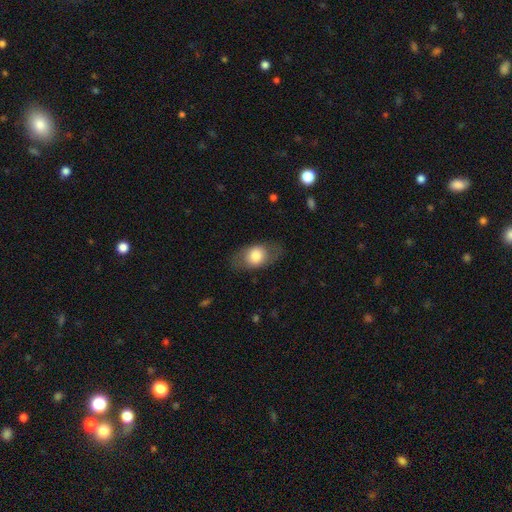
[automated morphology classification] Q: Smooth or featured?
A: smooth (70%); runner-up: featured or disk (24%)
Q: How rounded?
A: in between (80%); runner-up: round (18%)
Q: Merging?
A: none (78%); runner-up: minor disturbance (14%)